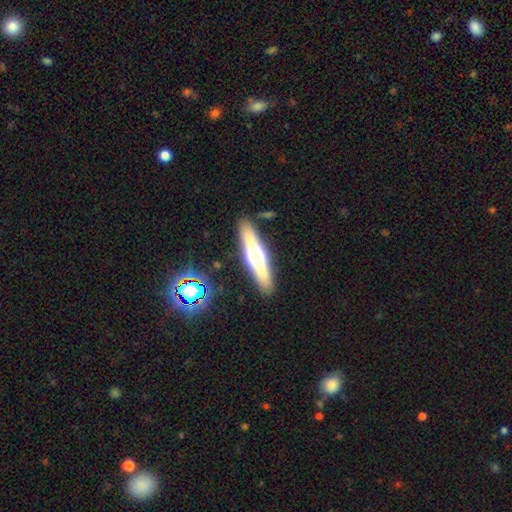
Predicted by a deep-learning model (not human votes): A featured or disk galaxy (56%) viewed edge-on (92%) with a rounded central bulge (87%). Merging: none (87%).